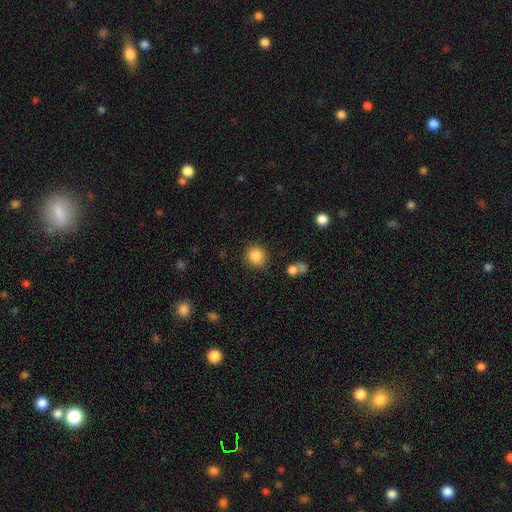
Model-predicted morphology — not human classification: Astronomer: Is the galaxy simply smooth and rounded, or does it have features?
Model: smooth — 86%.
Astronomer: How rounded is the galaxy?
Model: round — 85%.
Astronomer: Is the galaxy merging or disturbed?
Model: none — 87%.